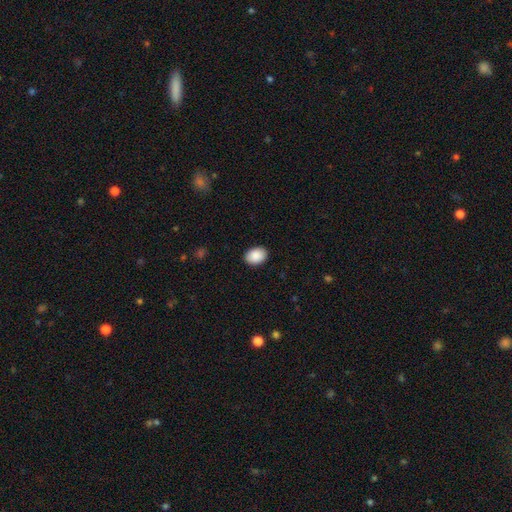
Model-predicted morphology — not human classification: The model was most divided on "how rounded": in between: 74%, round: 25%, cigar-shaped: 1%. More confident: smooth or featured — smooth (90%); merging — none (90%).